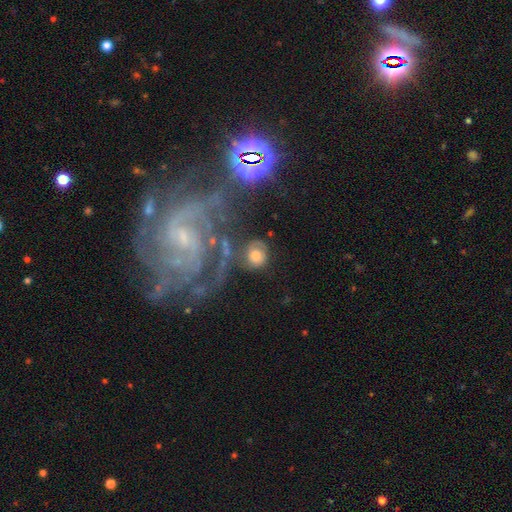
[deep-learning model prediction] The model was most divided on "smooth or featured": smooth: 61%, featured or disk: 29%, star or artifact: 11%. More confident: how rounded — round (81%); merging — none (61%).